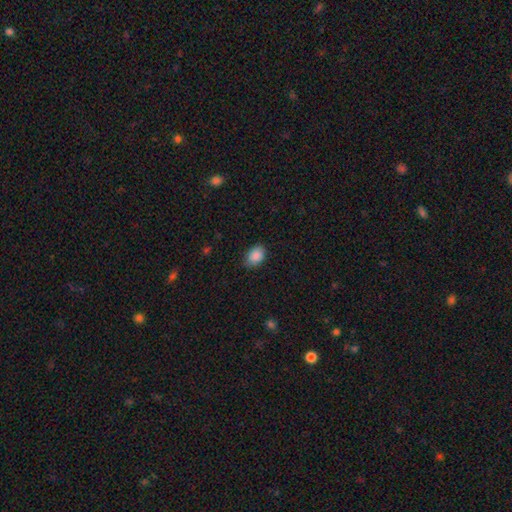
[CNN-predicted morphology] Overall: smooth (89%). How rounded: in between (81%). Merging: none (81%).